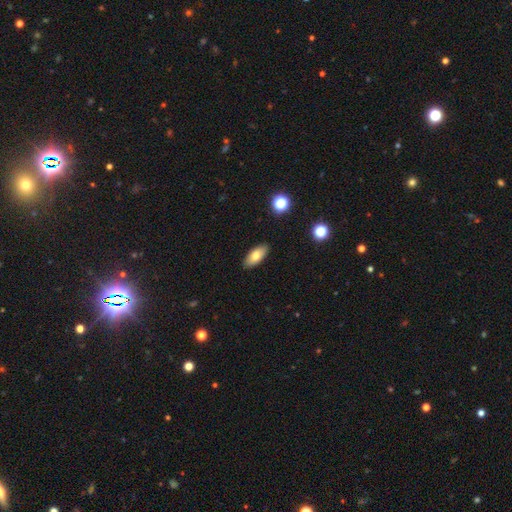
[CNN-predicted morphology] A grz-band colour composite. It shows a smooth galaxy with no disk features (79%) that is in between round and cigar-shaped (87%). Merging: none (88%).